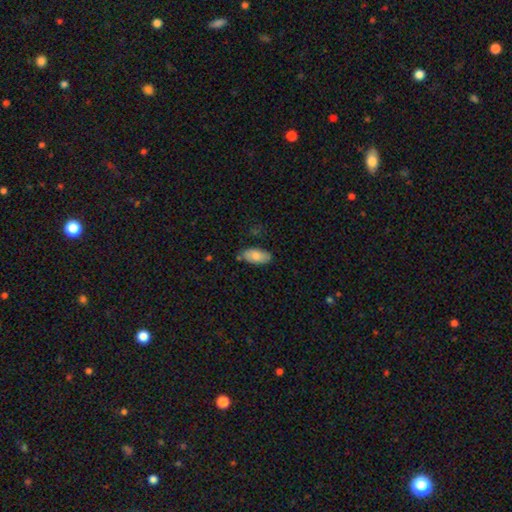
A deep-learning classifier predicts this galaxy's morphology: Smooth or featured?
  - smooth: 79% *
  - featured or disk: 15%
  - star or artifact: 6%
How rounded?
  - in between: 92% *
  - cigar-shaped: 5%
  - round: 2%
Merging?
  - none: 76% *
  - minor disturbance: 18%
  - merger: 4%
  - major disturbance: 3%